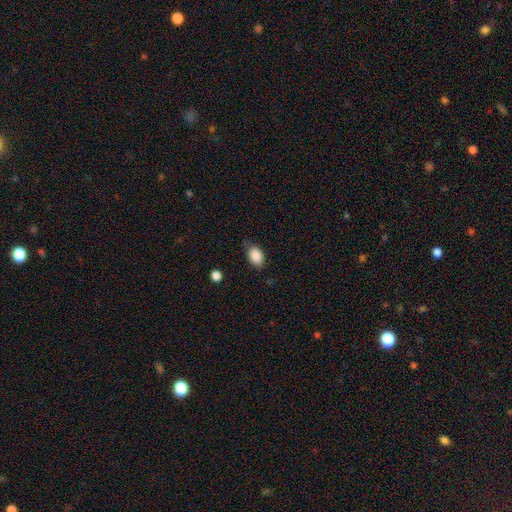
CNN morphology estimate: type=smooth (88%); roundness=in between (80%); merging=none (77%).